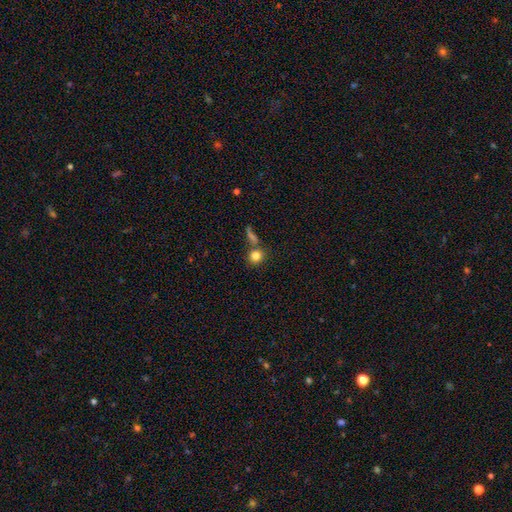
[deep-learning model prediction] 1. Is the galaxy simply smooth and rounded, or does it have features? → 82% smooth, 10% star or artifact, 7% featured or disk.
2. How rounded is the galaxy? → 81% round, 17% in between, 2% cigar-shaped.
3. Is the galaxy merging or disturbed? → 64% none, 21% merger, 10% minor disturbance, 5% major disturbance.